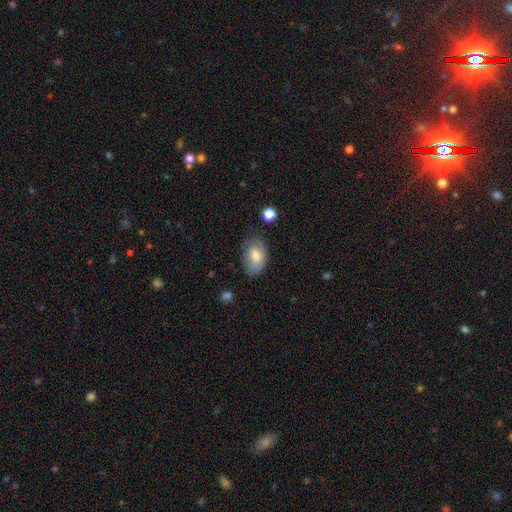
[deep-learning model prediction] Overall: smooth (73%). How rounded: in between (90%). Merging: none (66%).